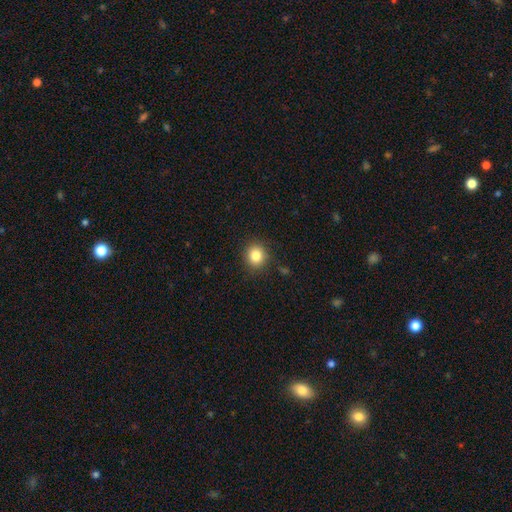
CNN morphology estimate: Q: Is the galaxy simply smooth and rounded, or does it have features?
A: smooth — 83%.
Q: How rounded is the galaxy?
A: round — 84%.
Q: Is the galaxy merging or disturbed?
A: none — 89%.